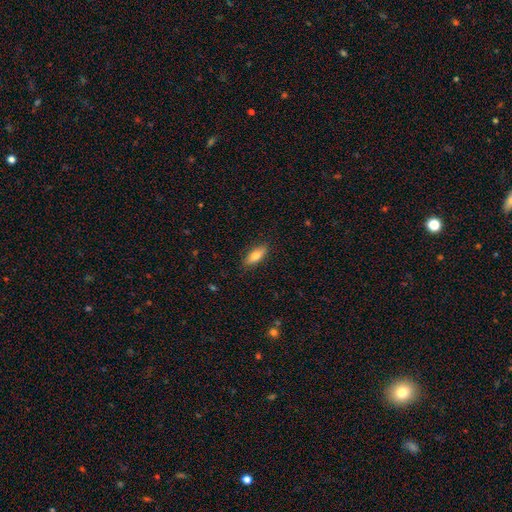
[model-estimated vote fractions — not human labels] Smooth or featured? smooth (77%)
How rounded? in between (73%)
Merging? none (86%)